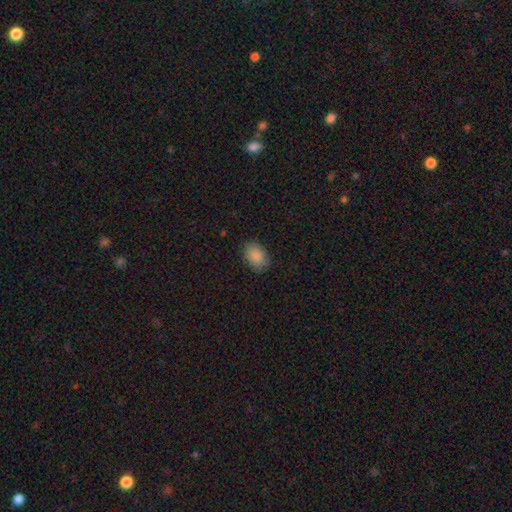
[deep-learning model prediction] Morphology: type=smooth (88%); roundness=in between (83%); merging=none (84%).